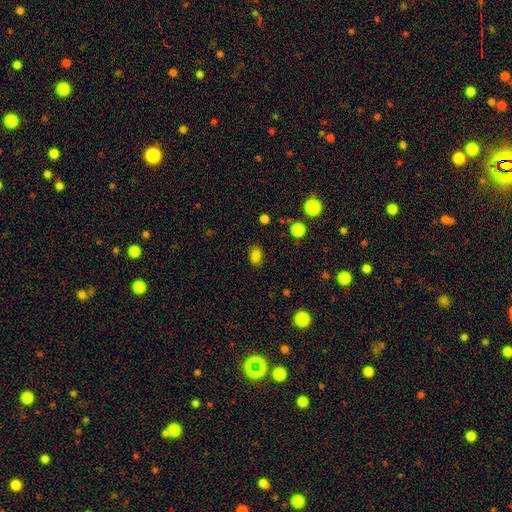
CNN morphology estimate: Overall: smooth (83%). How rounded: in between (79%). Merging: none (82%).